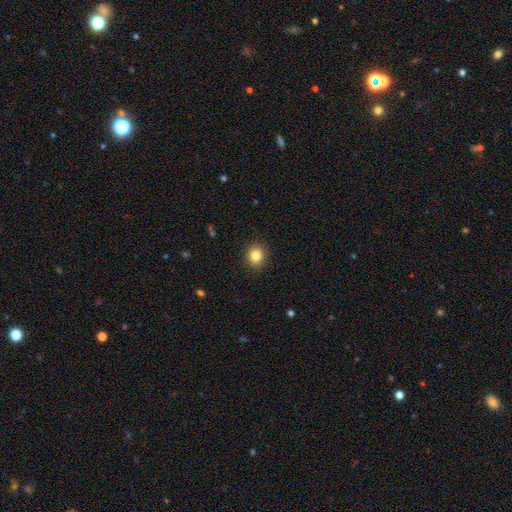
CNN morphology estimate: The model was most divided on "how rounded": round: 76%, in between: 23%, cigar-shaped: 1%. More confident: merging — none (90%); smooth or featured — smooth (84%).